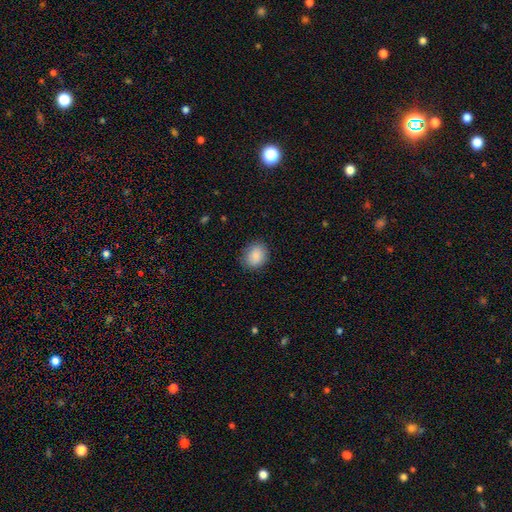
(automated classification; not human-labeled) A smooth galaxy with no disk features (88%) that is round (59%). Merging: none (86%).